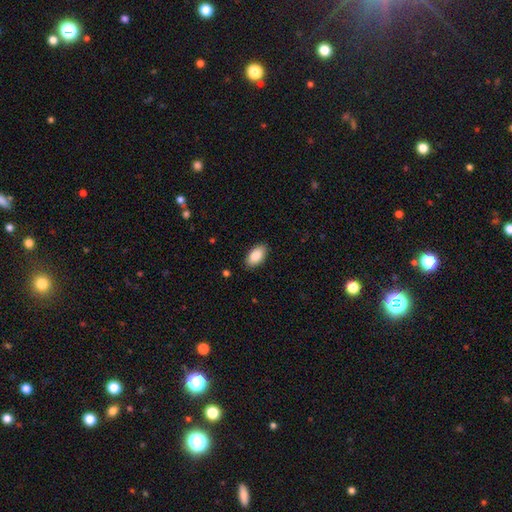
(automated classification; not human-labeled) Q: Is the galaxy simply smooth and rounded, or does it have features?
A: smooth — 88%.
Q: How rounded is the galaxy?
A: in between — 95%.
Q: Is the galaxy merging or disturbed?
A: none — 88%.